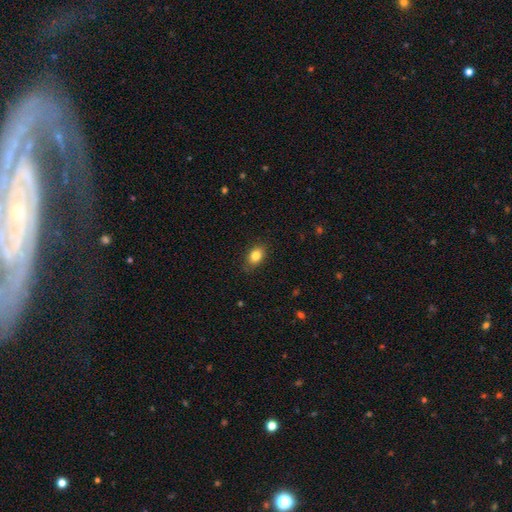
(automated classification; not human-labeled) smooth-or-featured: smooth: 83% | star or artifact: 9% | featured or disk: 8%
  how-rounded: in between: 78% | round: 20% | cigar-shaped: 2%
  merging: none: 84% | minor disturbance: 12% | major disturbance: 3% | merger: 1%